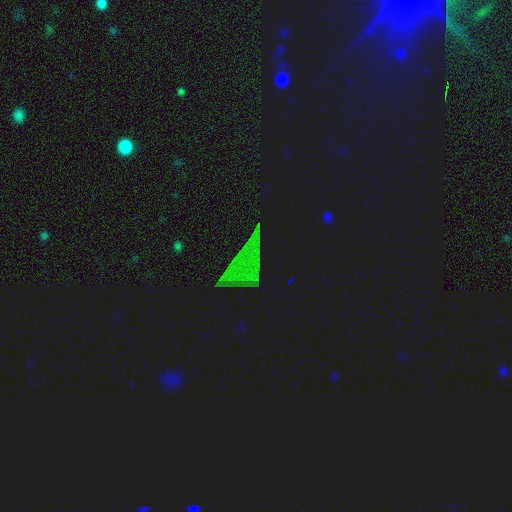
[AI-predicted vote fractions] star or artifact 77%, smooth 14%, featured or disk 9%.